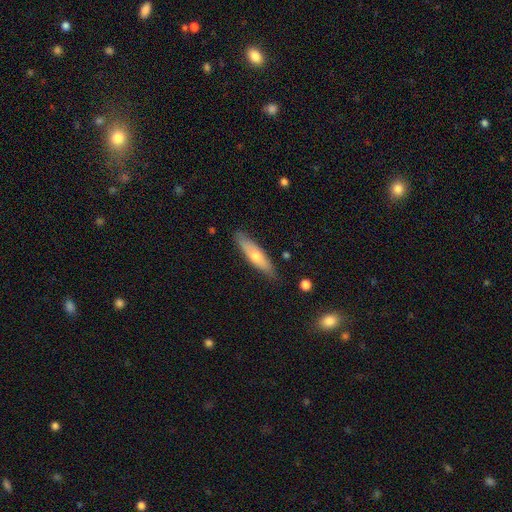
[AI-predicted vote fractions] This is possibly a smooth galaxy (59%). How rounded: likely cigar-shaped (72%). Merging: clearly none (84%).